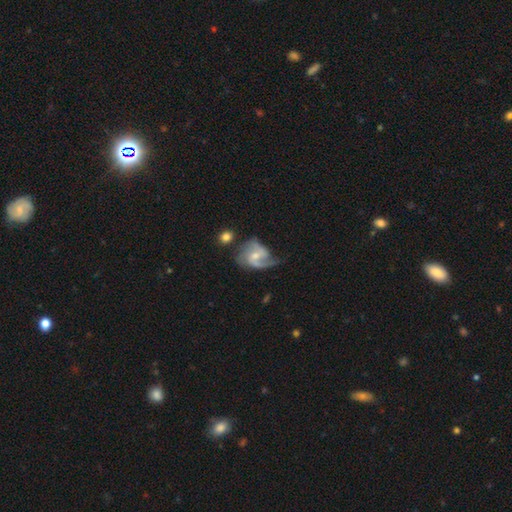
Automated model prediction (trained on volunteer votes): Smooth or featured: featured or disk — 77% (smooth — 17%)
Edge-on disk: no — 98% (yes — 2%)
Bar: weak — 50% (no — 38%)
Spiral arms: yes — 91% (no — 9%)
Spiral winding: medium — 46% (loose — 34%)
Spiral arm count: 2 — 58% (1 — 19%)
Bulge size: small — 45% (moderate — 43%)
Merging: none — 40% (major disturbance — 27%)